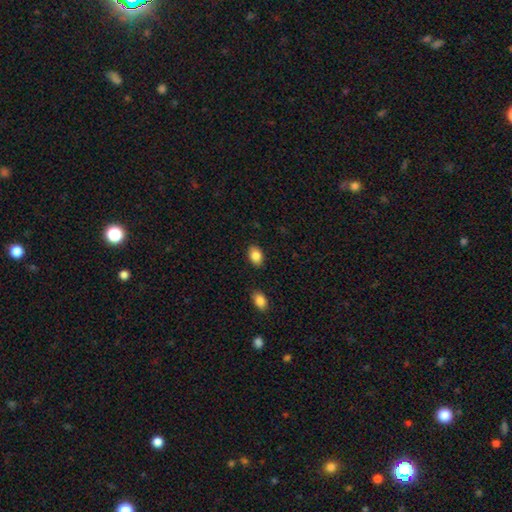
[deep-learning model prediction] Morphology: type=smooth (87%); roundness=in between (85%); merging=none (87%).